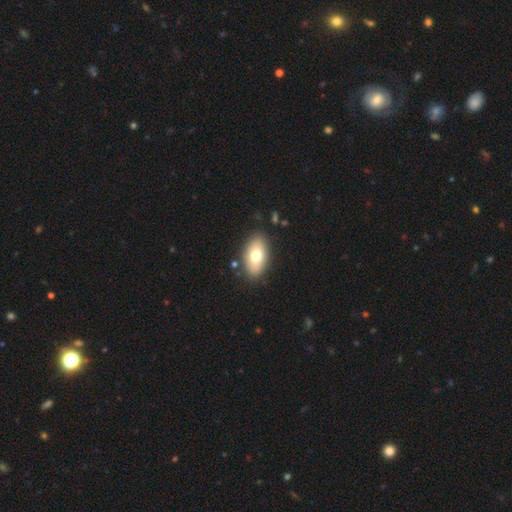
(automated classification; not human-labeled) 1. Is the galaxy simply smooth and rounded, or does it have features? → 72% smooth, 21% featured or disk, 7% star or artifact.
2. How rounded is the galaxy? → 93% in between, 5% round, 2% cigar-shaped.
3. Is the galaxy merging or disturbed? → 85% none, 10% minor disturbance, 3% major disturbance, 2% merger.